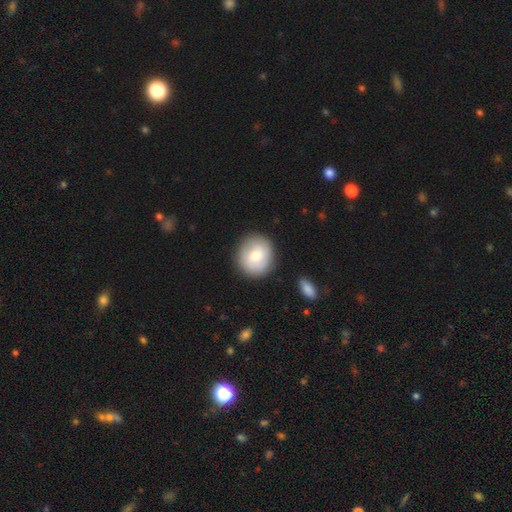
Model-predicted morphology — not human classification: Overall: smooth (71%). How rounded: round (83%). Merging: none (85%).